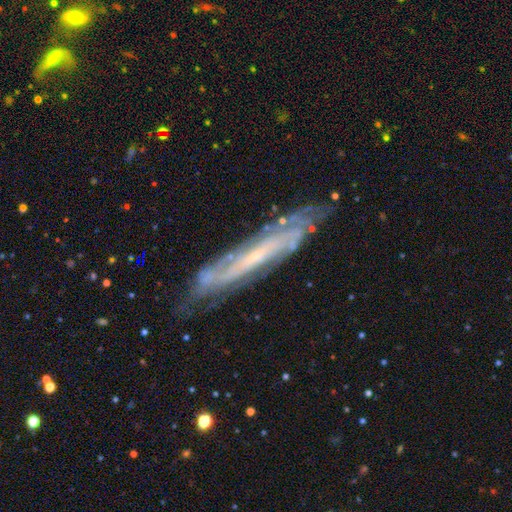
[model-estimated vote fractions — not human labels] The model was most divided on "edge-on disk": yes: 52%, no: 48%. More confident: smooth or featured — featured or disk (77%); merging — none (77%).